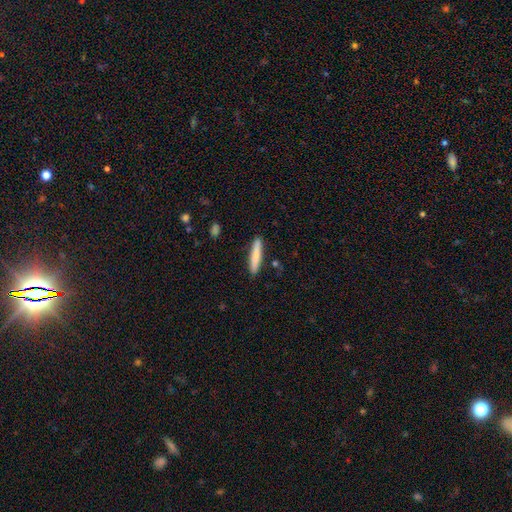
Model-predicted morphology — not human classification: Q: Smooth or featured?
A: smooth (80%); runner-up: featured or disk (15%)
Q: How rounded?
A: cigar-shaped (92%); runner-up: in between (7%)
Q: Merging?
A: none (88%); runner-up: minor disturbance (8%)